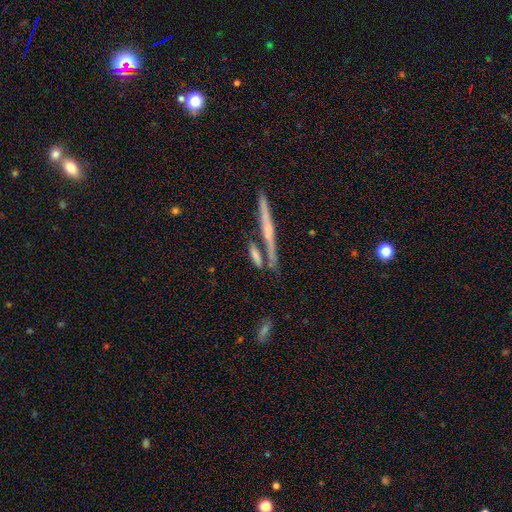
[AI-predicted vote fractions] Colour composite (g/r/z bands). It shows a smooth galaxy with no disk features (62%) that is cigar-shaped (71%). Merging: none (57%).